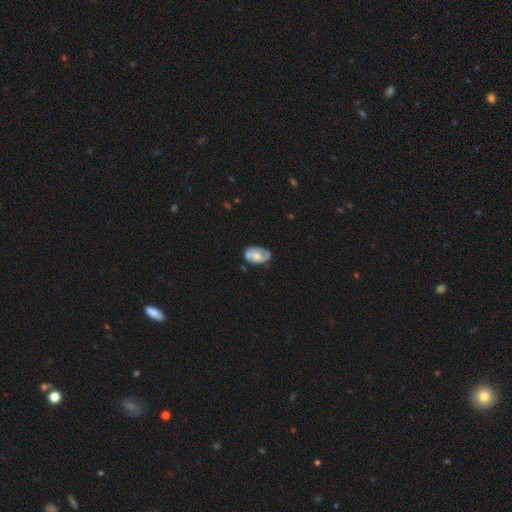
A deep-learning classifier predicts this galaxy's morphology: Smooth or featured? featured or disk (58%)
Edge-on disk? no (96%)
Bar? no (65%)
Spiral arms? yes (78%)
Bulge size? moderate (49%)
Merging? none (63%)